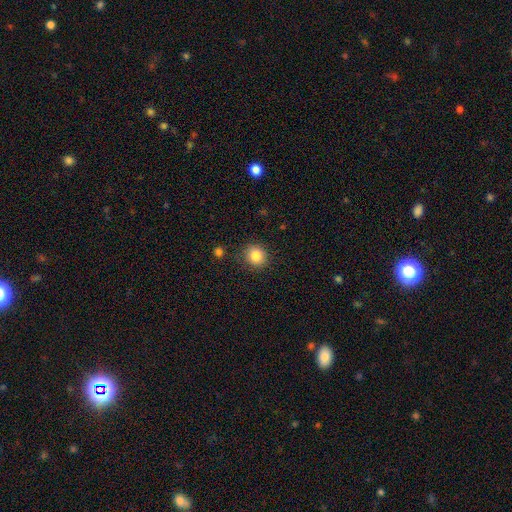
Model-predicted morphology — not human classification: Smooth or featured? Predicted: smooth (p=0.85). How rounded? Predicted: round (p=0.87). Merging? Predicted: none (p=0.87).